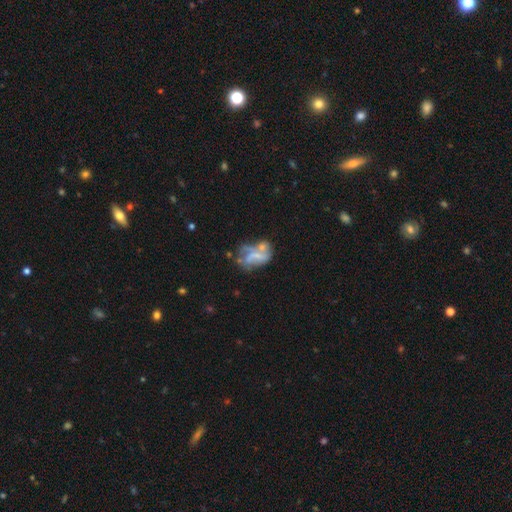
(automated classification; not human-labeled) smooth-or-featured: featured or disk: 57% | smooth: 33% | star or artifact: 10%
  disk-edge-on: no: 97% | yes: 3%
    bar: no: 59% | weak: 30% | strong: 12%
    has-spiral-arms: no: 57% | yes: 43%
    bulge-size: small: 40% | none: 38% | moderate: 19% | large: 3% | dominant: 1%
  merging: merger: 37% | major disturbance: 24% | none: 23% | minor disturbance: 17%